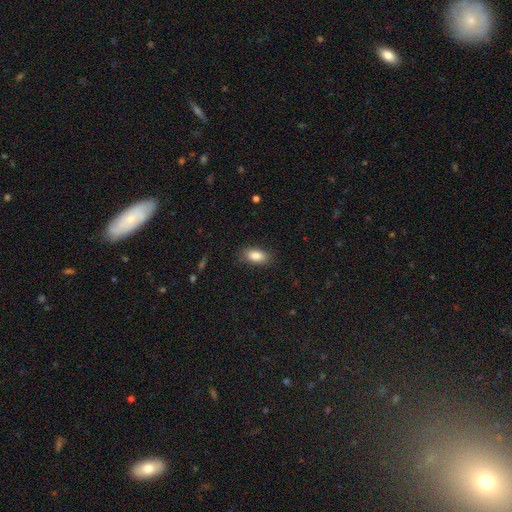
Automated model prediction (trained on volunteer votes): Overall: smooth (87%). How rounded: in between (90%). Merging: none (85%).